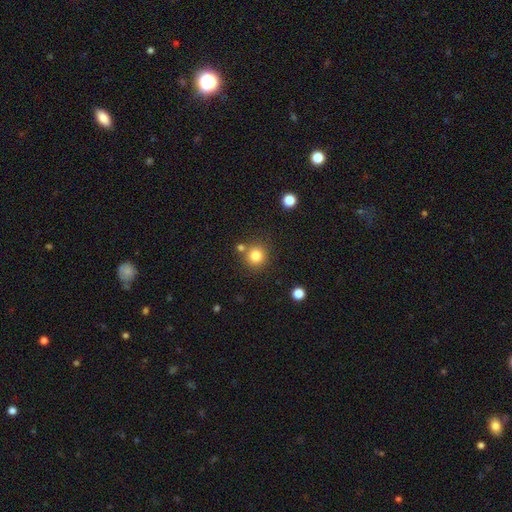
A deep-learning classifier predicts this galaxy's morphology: A smooth galaxy with no disk features (82%) that is round (93%). Merging: none (78%).